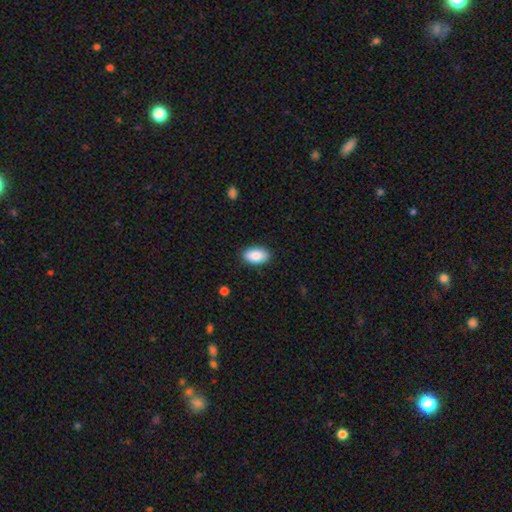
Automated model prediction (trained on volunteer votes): smooth_or_featured: smooth (p=0.87) [alt: featured or disk p=0.07]
how_rounded: in between (p=0.94) [alt: round p=0.04]
merging: none (p=0.88) [alt: minor disturbance p=0.09]